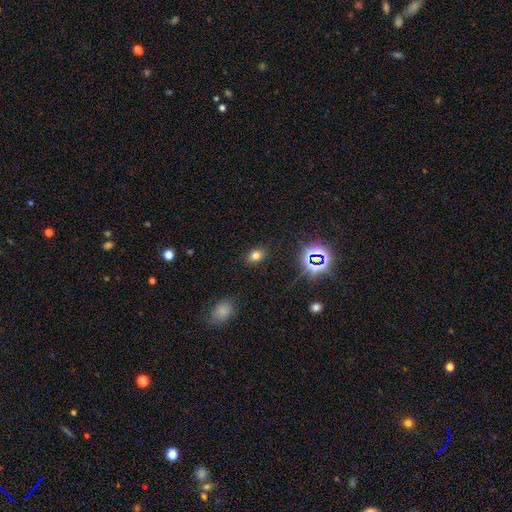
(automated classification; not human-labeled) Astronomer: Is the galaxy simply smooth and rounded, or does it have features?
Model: smooth — 71%.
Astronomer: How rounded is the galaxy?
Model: in between — 78%.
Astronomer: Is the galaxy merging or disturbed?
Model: none — 87%.